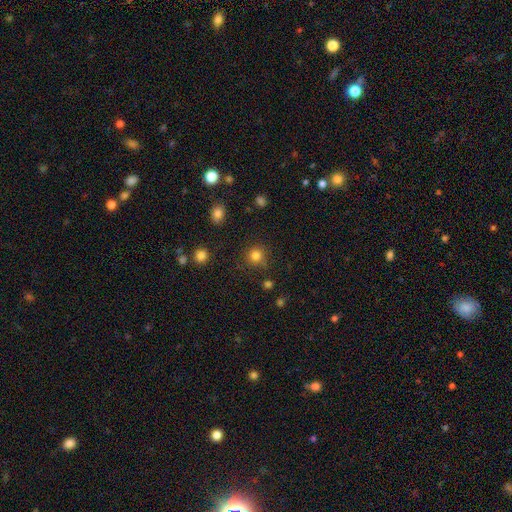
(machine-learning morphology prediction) Overall: smooth (83%). How rounded: round (92%). Merging: none (85%).